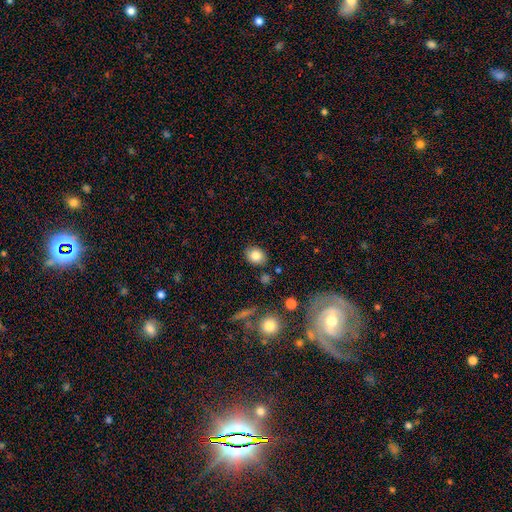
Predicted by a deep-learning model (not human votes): Smooth or featured?
  - smooth: 81% *
  - featured or disk: 9%
  - star or artifact: 9%
How rounded?
  - in between: 56% *
  - round: 43%
  - cigar-shaped: 1%
Merging?
  - none: 84% *
  - minor disturbance: 11%
  - merger: 3%
  - major disturbance: 3%